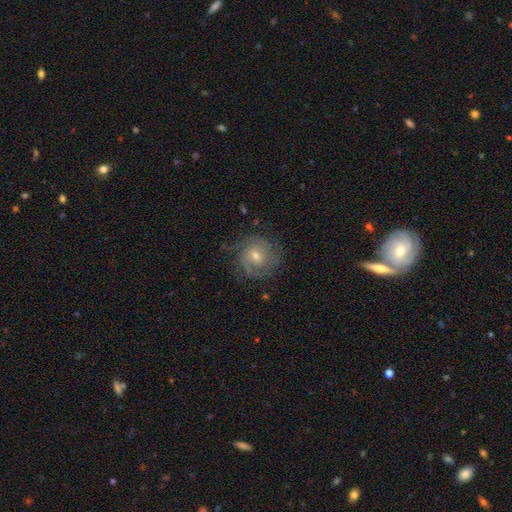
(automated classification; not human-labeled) smooth_or_featured: featured or disk (p=0.72) [alt: smooth p=0.20]
disk_edge_on: no (p=0.97) [alt: yes p=0.03]
bar: no (p=0.58) [alt: weak p=0.36]
has_spiral_arms: yes (p=0.90) [alt: no p=0.10]
spiral_winding: tight (p=0.54) [alt: medium p=0.35]
spiral_arm_count: 2 (p=0.36) [alt: can't tell p=0.31]
bulge_size: small (p=0.52) [alt: moderate p=0.45]
merging: none (p=0.71) [alt: minor disturbance p=0.18]